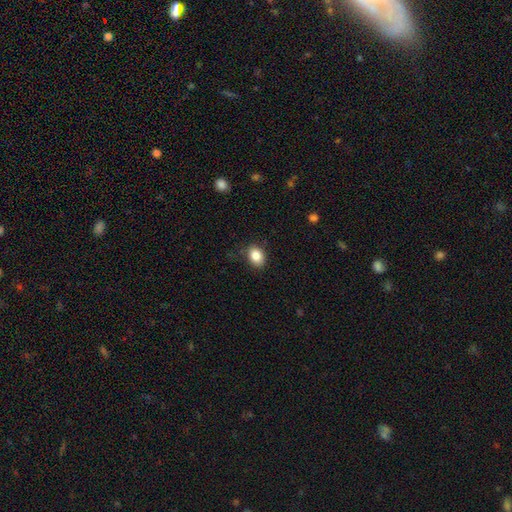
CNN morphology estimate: This is clearly a smooth galaxy (85%). How rounded: likely in between (69%). Merging: clearly none (82%).